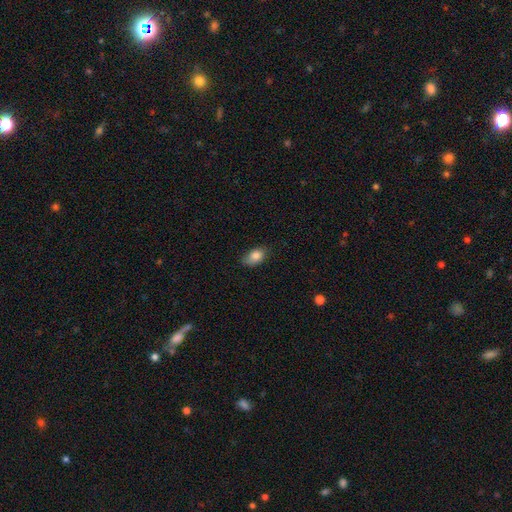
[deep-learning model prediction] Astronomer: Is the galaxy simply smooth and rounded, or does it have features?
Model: smooth — 84%.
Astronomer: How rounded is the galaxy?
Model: in between — 89%.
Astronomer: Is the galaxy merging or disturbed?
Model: none — 72%.